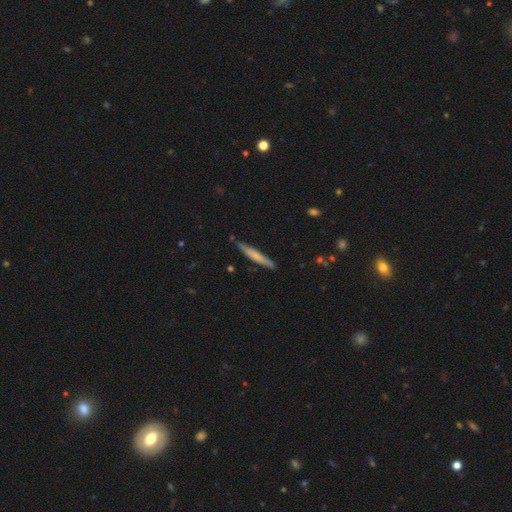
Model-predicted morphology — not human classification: Smooth or featured? Predicted: smooth (p=0.64). How rounded? Predicted: cigar-shaped (p=0.95). Merging? Predicted: none (p=0.83).